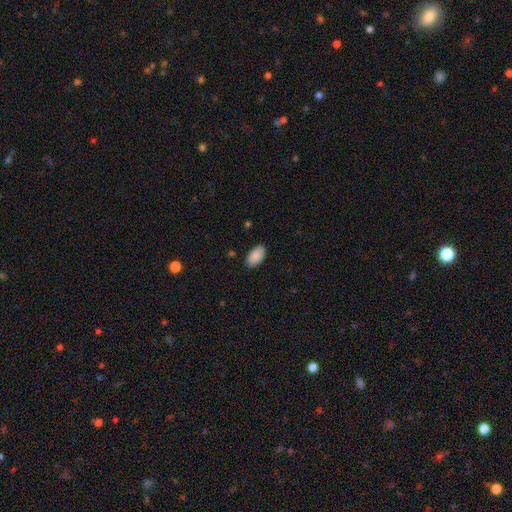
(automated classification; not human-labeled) smooth-or-featured: smooth: 90% | star or artifact: 6% | featured or disk: 4%
  how-rounded: in between: 95% | round: 3% | cigar-shaped: 2%
  merging: none: 87% | minor disturbance: 9% | major disturbance: 2% | merger: 1%